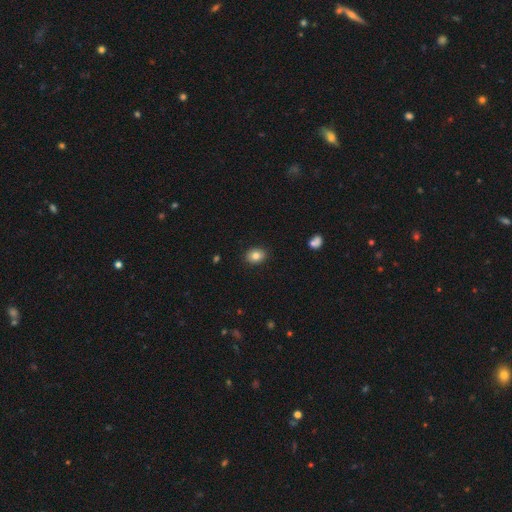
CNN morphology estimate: type=smooth (82%); roundness=in between (53%); merging=none (89%).